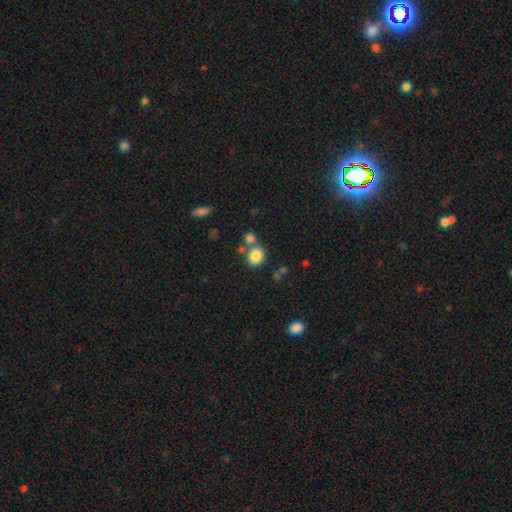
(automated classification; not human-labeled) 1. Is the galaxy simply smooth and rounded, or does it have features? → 83% smooth, 10% star or artifact, 7% featured or disk.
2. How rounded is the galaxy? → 68% round, 31% in between, 1% cigar-shaped.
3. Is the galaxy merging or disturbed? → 63% none, 24% merger, 10% minor disturbance, 4% major disturbance.